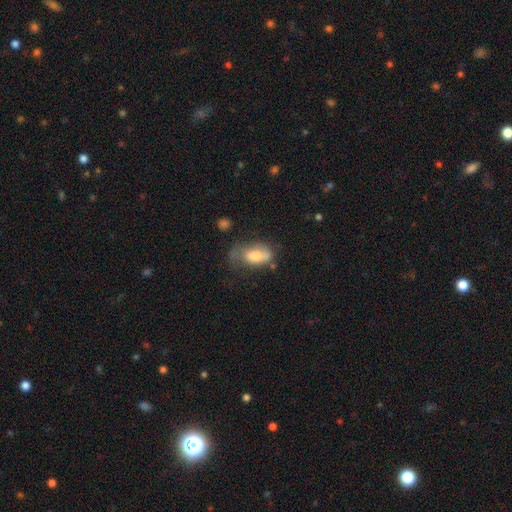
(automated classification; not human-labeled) Overall: smooth (61%; featured or disk 29%). How rounded: in between (87%). Merging: none (36%; minor disturbance 32%).